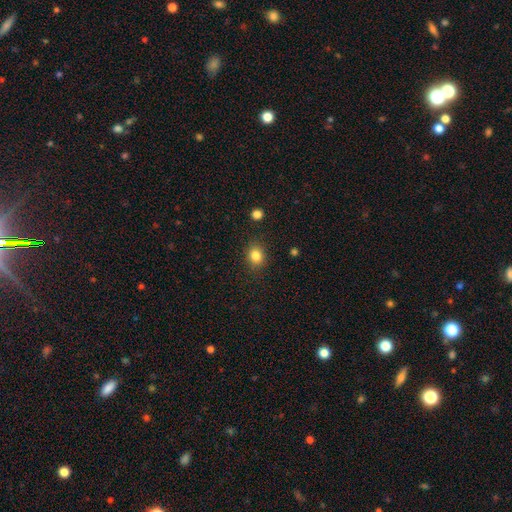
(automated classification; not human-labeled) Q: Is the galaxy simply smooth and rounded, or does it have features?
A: smooth — 83%.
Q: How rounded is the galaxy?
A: round — 66%.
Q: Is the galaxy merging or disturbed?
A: none — 86%.